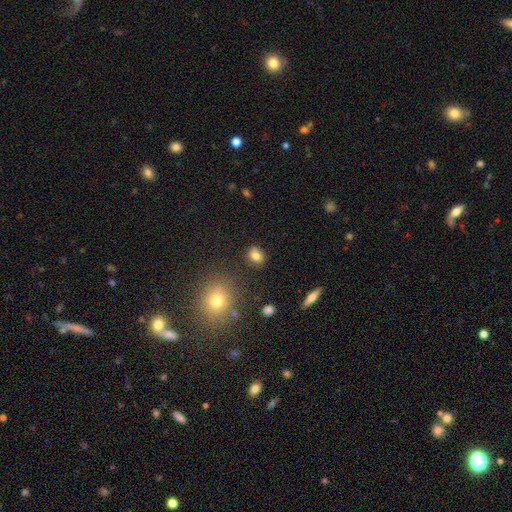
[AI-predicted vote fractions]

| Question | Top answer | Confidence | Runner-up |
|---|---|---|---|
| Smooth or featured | smooth | 78% | star or artifact (12%) |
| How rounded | in between | 52% | round (46%) |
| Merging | none | 79% | minor disturbance (12%) |